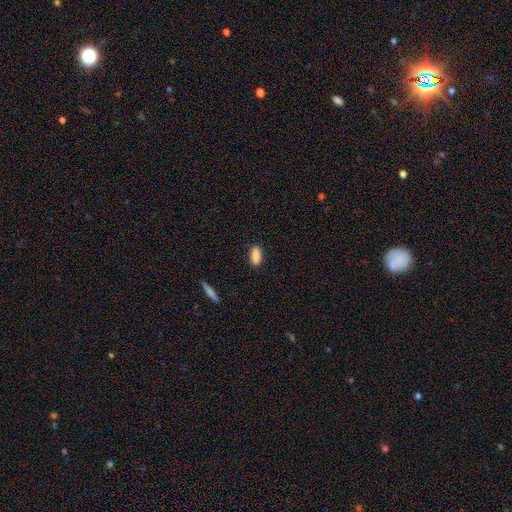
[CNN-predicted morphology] This appears to be a smooth galaxy with no disk features (87%) that is in between round and cigar-shaped (76%). Merging: none (86%).